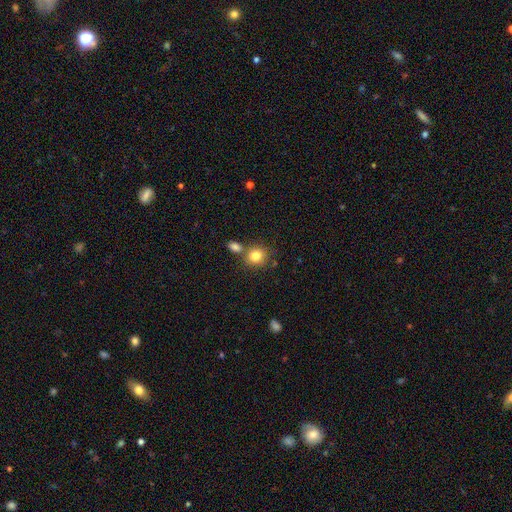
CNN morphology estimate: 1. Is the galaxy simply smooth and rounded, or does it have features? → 81% smooth, 11% star or artifact, 8% featured or disk.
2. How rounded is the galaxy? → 75% round, 25% in between, 1% cigar-shaped.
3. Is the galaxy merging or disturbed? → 62% none, 23% merger, 11% minor disturbance, 3% major disturbance.